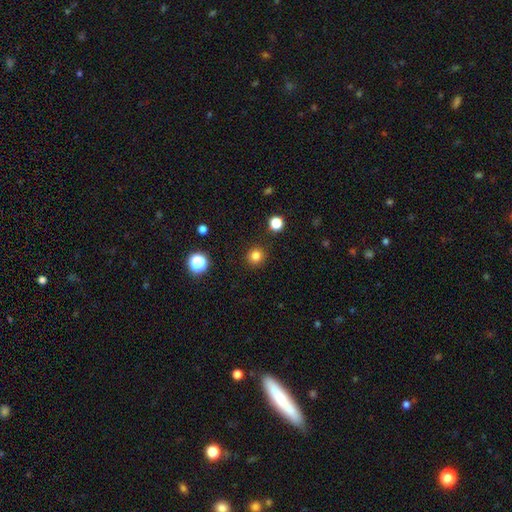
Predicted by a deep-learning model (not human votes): Q: Smooth or featured?
A: smooth (82%); runner-up: star or artifact (14%)
Q: How rounded?
A: round (92%); runner-up: in between (7%)
Q: Merging?
A: none (91%); runner-up: minor disturbance (6%)